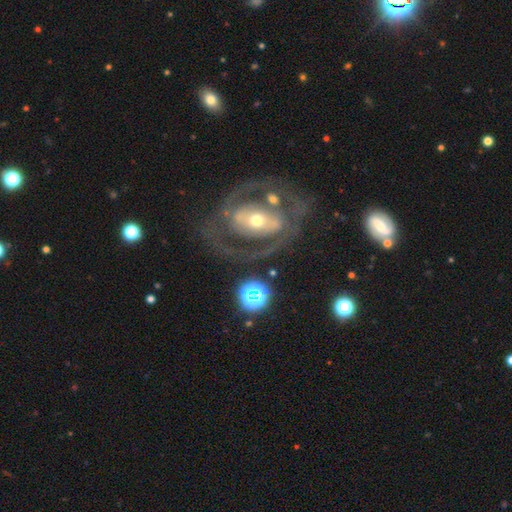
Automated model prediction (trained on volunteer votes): Smooth or featured: featured or disk — 83% (smooth — 9%)
Edge-on disk: no — 94% (yes — 6%)
Bar: strong — 43% (weak — 30%)
Spiral arms: yes — 77% (no — 23%)
Spiral winding: tight — 52% (medium — 35%)
Spiral arm count: 2 — 52% (can't tell — 27%)
Bulge size: small — 57% (moderate — 38%)
Merging: none — 67% (major disturbance — 15%)